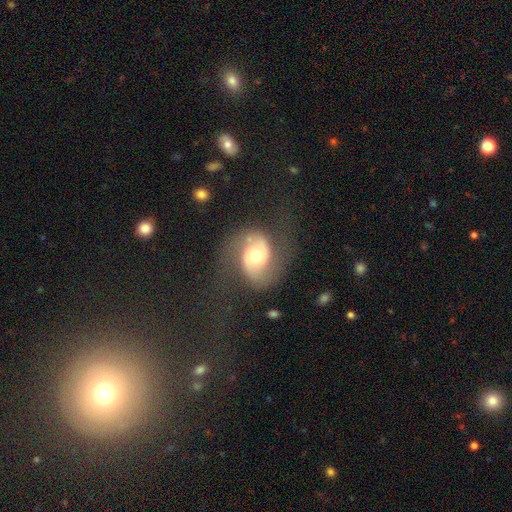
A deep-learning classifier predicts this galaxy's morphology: Smooth or featured?
  - featured or disk: 80% *
  - smooth: 13%
  - star or artifact: 6%
Edge-on disk?
  - no: 98% *
  - yes: 2%
Bar?
  - no: 58% *
  - weak: 32%
  - strong: 10%
Spiral arms?
  - yes: 94% *
  - no: 6%
Spiral winding?
  - medium: 48% *
  - loose: 36%
  - tight: 16%
Spiral arm count?
  - 2: 91% *
  - can't tell: 3%
  - 1: 2%
  - 3: 1%
  - 4: 1%
  - more than 4: 1%
Bulge size?
  - moderate: 69% *
  - large: 15%
  - small: 14%
  - dominant: 2%
  - none: 1%
Merging?
  - none: 63% *
  - minor disturbance: 18%
  - major disturbance: 17%
  - merger: 2%